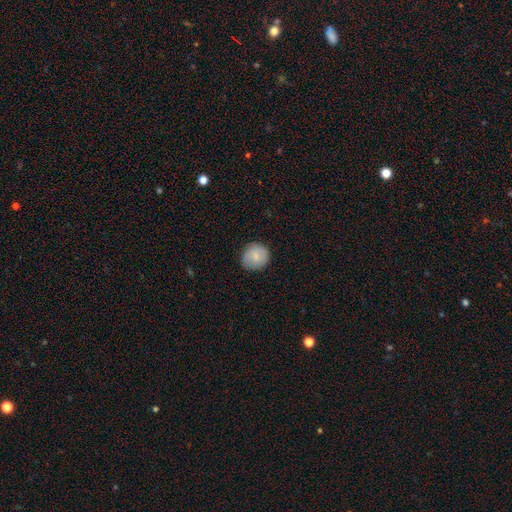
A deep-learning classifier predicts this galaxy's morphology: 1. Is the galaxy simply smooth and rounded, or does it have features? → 82% smooth, 11% featured or disk, 7% star or artifact.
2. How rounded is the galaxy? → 89% round, 10% in between, 1% cigar-shaped.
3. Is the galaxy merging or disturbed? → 83% none, 13% minor disturbance, 3% major disturbance, 1% merger.